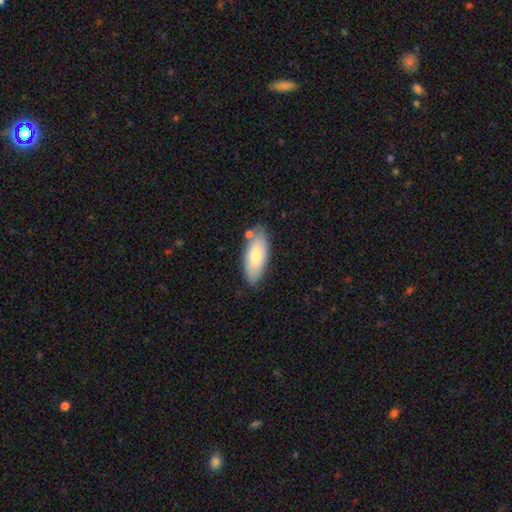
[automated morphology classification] Smooth or featured?
  - smooth: 73% *
  - featured or disk: 21%
  - star or artifact: 6%
How rounded?
  - in between: 84% *
  - cigar-shaped: 14%
  - round: 2%
Merging?
  - none: 76% *
  - minor disturbance: 15%
  - merger: 6%
  - major disturbance: 3%